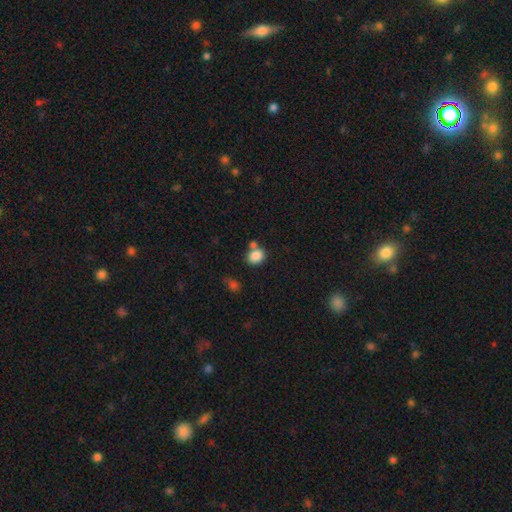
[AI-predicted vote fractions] smooth 85%, star or artifact 10%, featured or disk 5%. Down the decision tree: how rounded — round (66%); merging — none (59%).